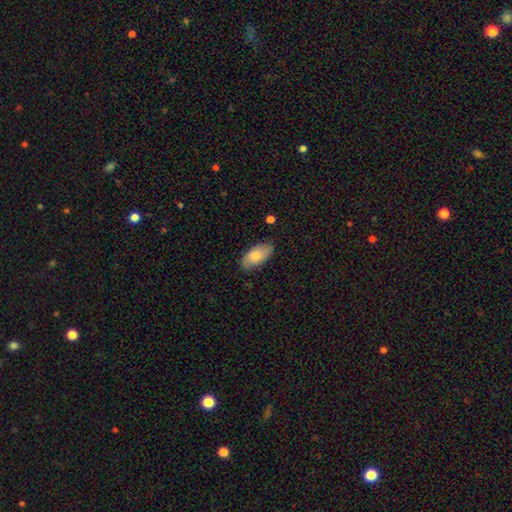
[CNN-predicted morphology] Smooth or featured? Predicted: smooth (p=0.75). How rounded? Predicted: in between (p=0.94). Merging? Predicted: none (p=0.78).